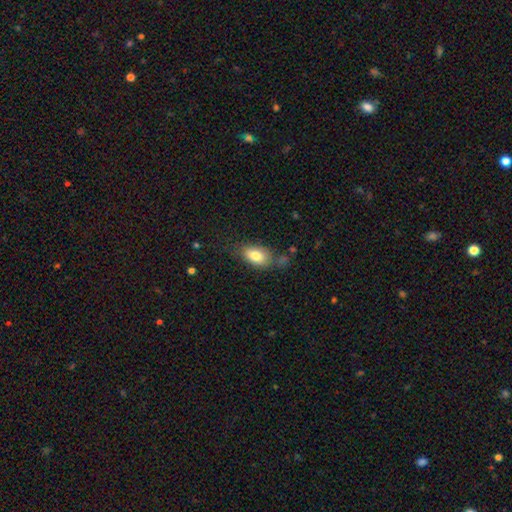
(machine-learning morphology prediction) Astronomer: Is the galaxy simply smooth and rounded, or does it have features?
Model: smooth — 81%.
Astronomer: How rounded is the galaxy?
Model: in between — 89%.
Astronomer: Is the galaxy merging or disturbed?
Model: none — 62%.